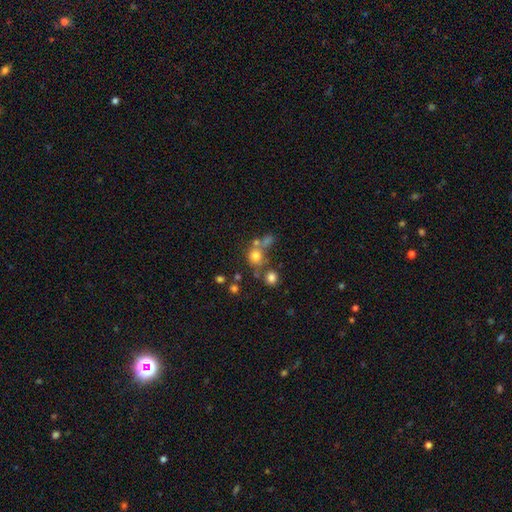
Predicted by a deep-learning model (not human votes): smooth-or-featured: smooth: 71% | star or artifact: 16% | featured or disk: 13%
  how-rounded: round: 85% | in between: 14% | cigar-shaped: 1%
  merging: none: 52% | merger: 31% | minor disturbance: 10% | major disturbance: 6%